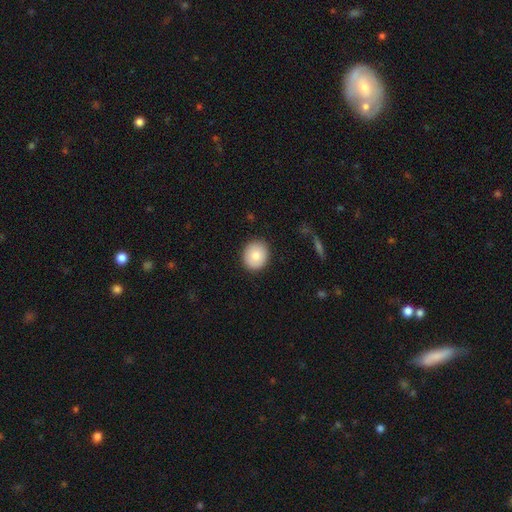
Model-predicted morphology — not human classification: smooth 83%, featured or disk 10%, star or artifact 7%. Down the decision tree: how rounded — round (69%); merging — none (89%).